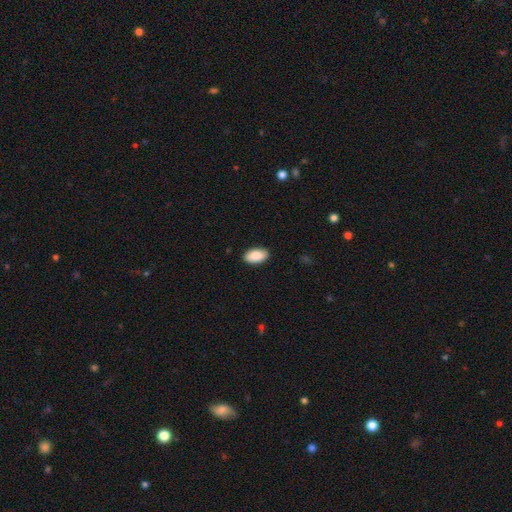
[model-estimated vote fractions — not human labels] Smooth or featured: smooth — 89% (star or artifact — 6%)
How rounded: in between — 95% (round — 3%)
Merging: none — 89% (minor disturbance — 8%)